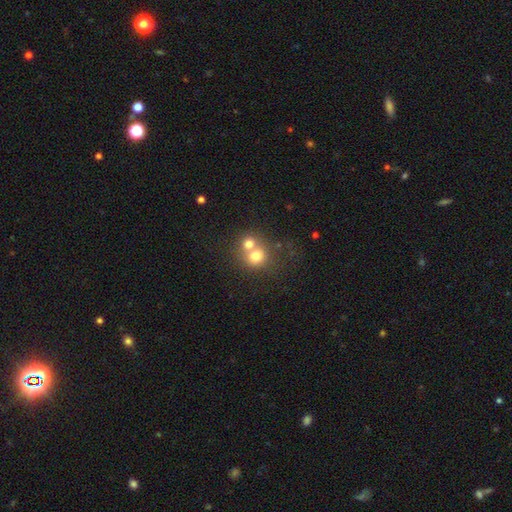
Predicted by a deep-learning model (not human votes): The model was most divided on "merging": merger: 60%, none: 32%, minor disturbance: 5%, major disturbance: 3%. More confident: how rounded — round (80%); smooth or featured — smooth (70%).